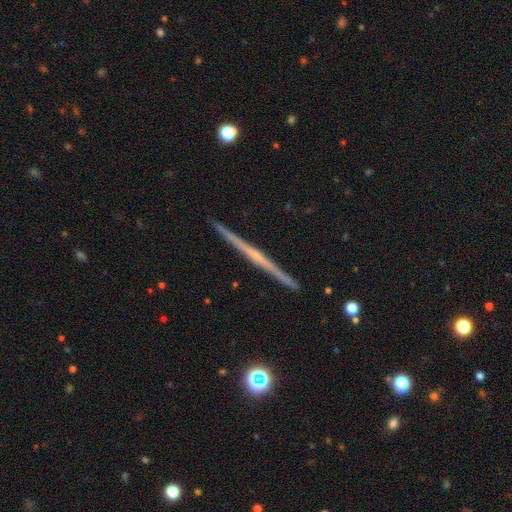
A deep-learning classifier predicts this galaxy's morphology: Smooth or featured: featured or disk — 81% (smooth — 13%)
Edge-on disk: yes — 99% (no — 1%)
Edge-on bulge: rounded — 51% (none — 41%)
Merging: none — 93% (minor disturbance — 5%)